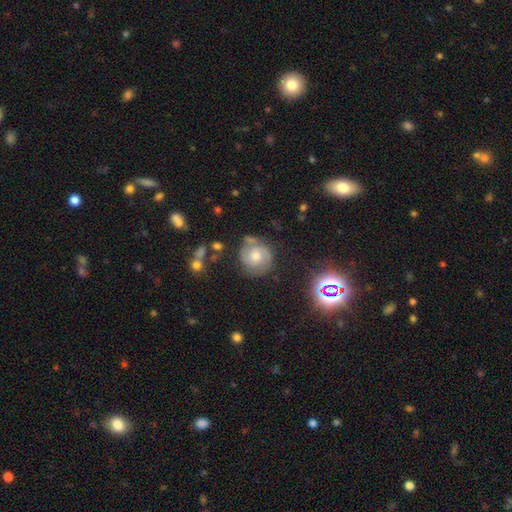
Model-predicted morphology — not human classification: A featured or disk galaxy (58%) with no bar (71%), spiral arms (86%) and a moderate central bulge (58%). Merging: none (69%).